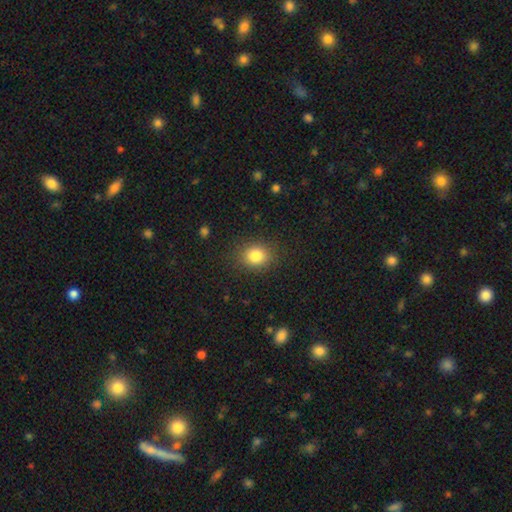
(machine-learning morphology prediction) type=smooth (83%); roundness=round (68%); merging=none (86%).